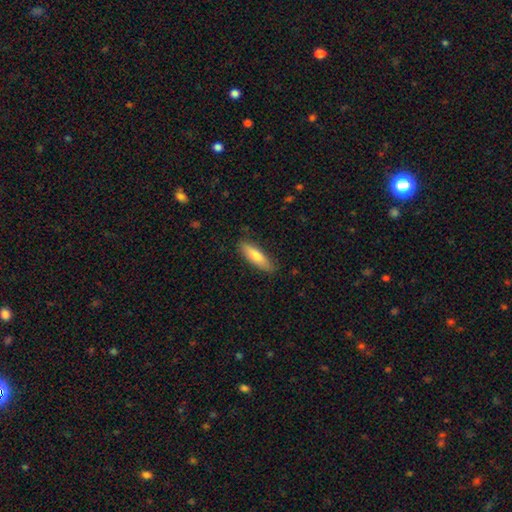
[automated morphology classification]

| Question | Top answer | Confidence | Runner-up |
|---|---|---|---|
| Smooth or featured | smooth | 71% | featured or disk (23%) |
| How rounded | cigar-shaped | 61% | in between (37%) |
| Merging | none | 85% | minor disturbance (12%) |